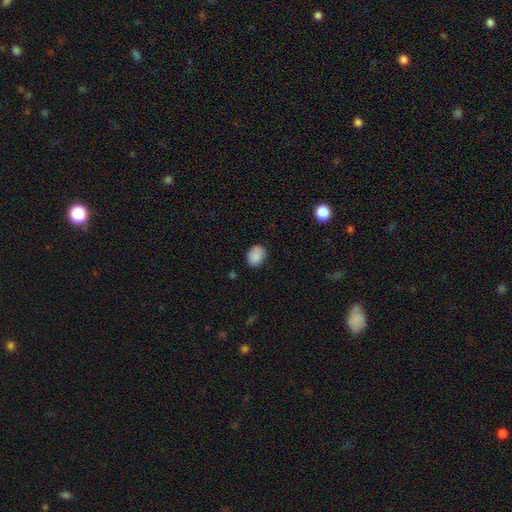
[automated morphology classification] A smooth galaxy with no disk features (87%) that is in between round and cigar-shaped (62%). Merging: none (81%).